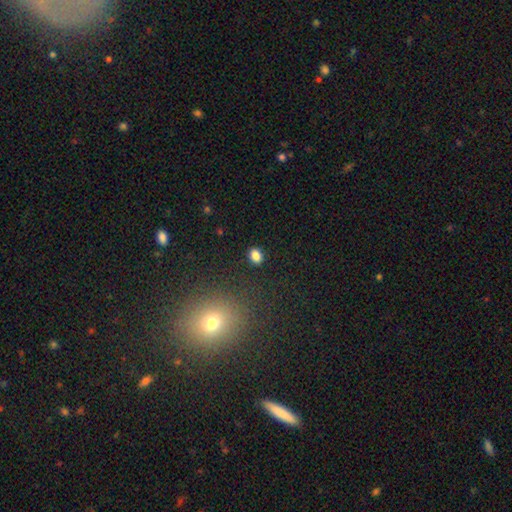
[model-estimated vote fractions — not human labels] Smooth or featured: smooth — 83% (star or artifact — 12%)
How rounded: in between — 52% (round — 47%)
Merging: none — 88% (minor disturbance — 8%)